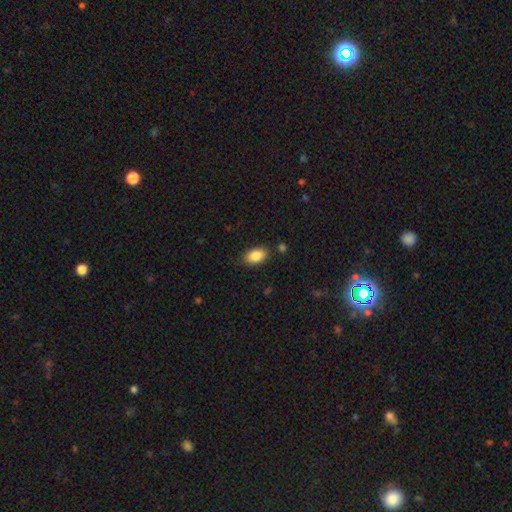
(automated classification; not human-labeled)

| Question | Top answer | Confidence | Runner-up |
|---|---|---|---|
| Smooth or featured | smooth | 87% | star or artifact (7%) |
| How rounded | in between | 91% | round (7%) |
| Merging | none | 82% | minor disturbance (13%) |